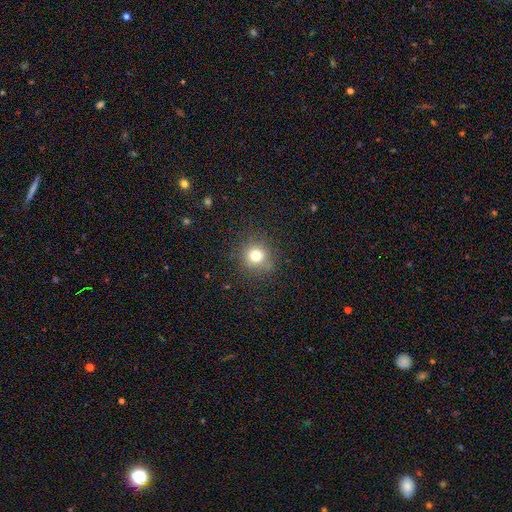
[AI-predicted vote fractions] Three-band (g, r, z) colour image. It shows a smooth galaxy with no disk features (76%) that is round (92%). Merging: none (86%).